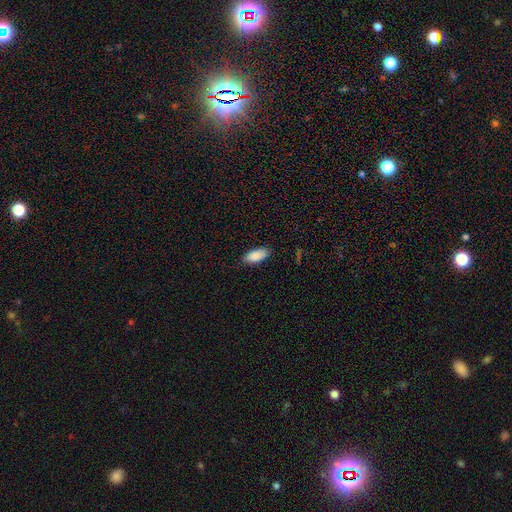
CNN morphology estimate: type=smooth (88%); roundness=in between (88%); merging=none (83%).